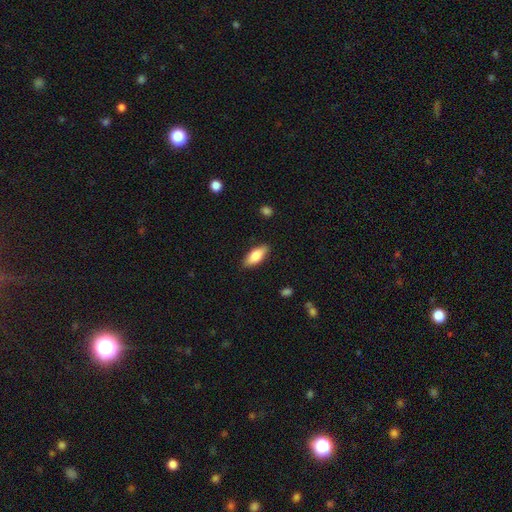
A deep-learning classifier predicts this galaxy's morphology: This is likely a smooth galaxy (78%). How rounded: likely in between (78%). Merging: clearly none (86%).